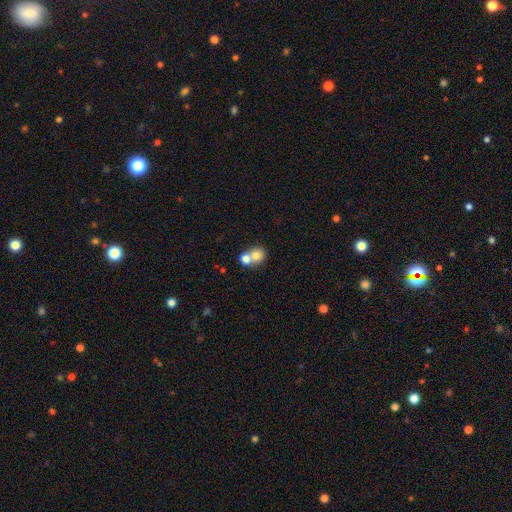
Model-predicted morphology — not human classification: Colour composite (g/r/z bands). It shows a smooth galaxy with no disk features (75%) that is round (76%). Merging: merger (62%).